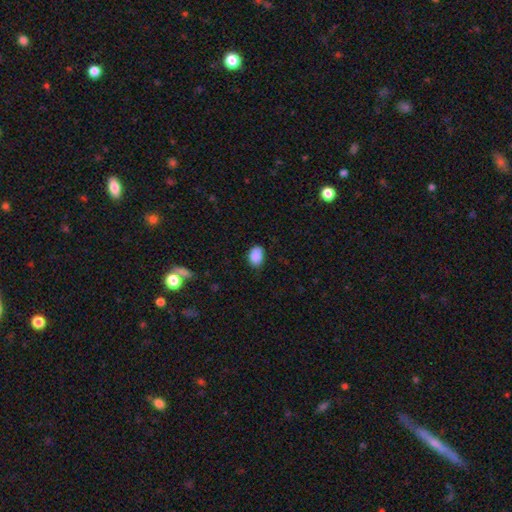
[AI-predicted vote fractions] This appears to be a smooth galaxy with no disk features (88%) that is in between round and cigar-shaped (80%). Merging: none (79%).